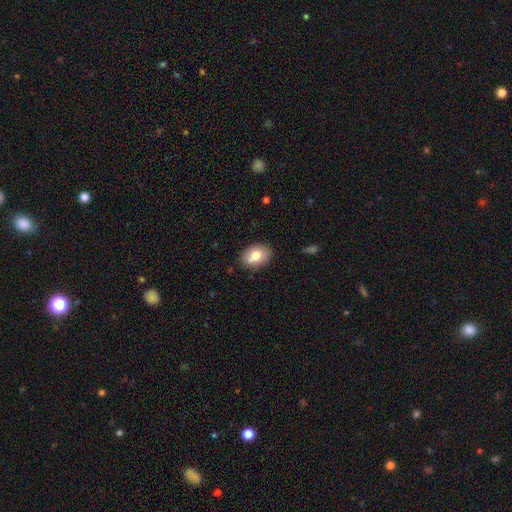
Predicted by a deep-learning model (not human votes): Smooth or featured? smooth (77%)
How rounded? in between (76%)
Merging? none (81%)